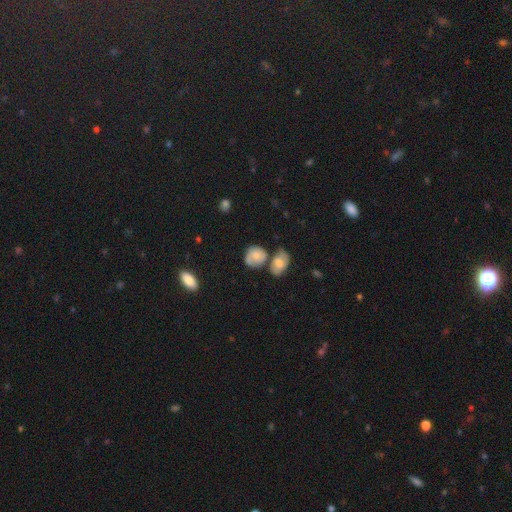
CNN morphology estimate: smooth_or_featured: smooth (p=0.68) [alt: featured or disk p=0.24]
how_rounded: round (p=0.64) [alt: in between p=0.35]
merging: none (p=0.44) [alt: merger p=0.24]